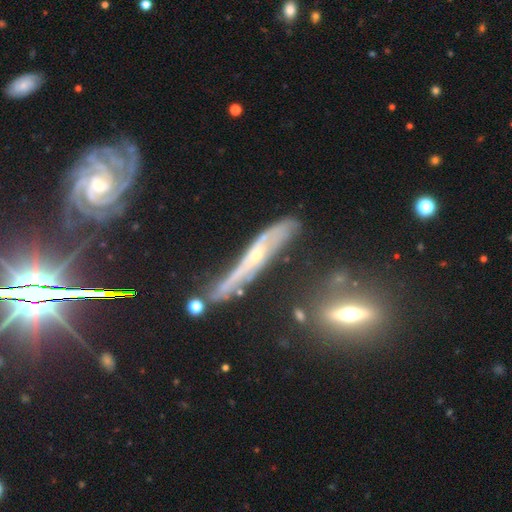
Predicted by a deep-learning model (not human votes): Smooth or featured? Predicted: featured or disk (p=0.76). Edge-on disk? Predicted: yes (p=0.71). Edge-on bulge? Predicted: rounded (p=0.64). Merging? Predicted: none (p=0.57).